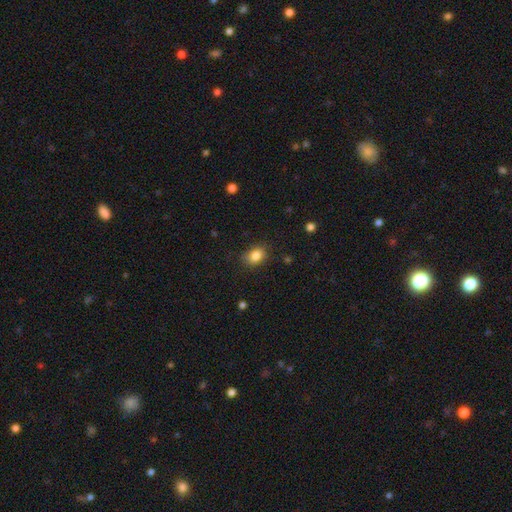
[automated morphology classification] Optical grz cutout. It shows a smooth galaxy with no disk features (85%) that is in between round and cigar-shaped (68%). Merging: none (81%).